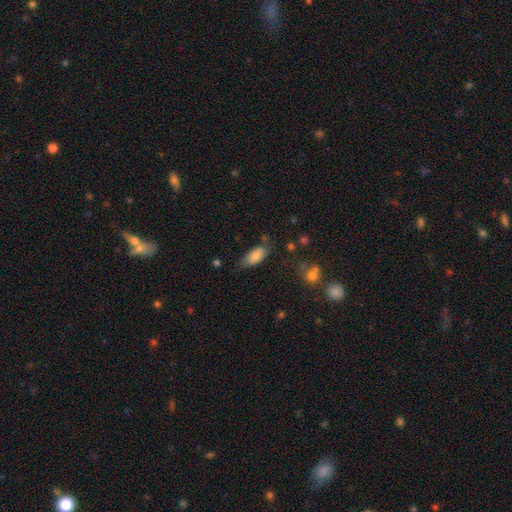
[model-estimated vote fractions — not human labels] This appears to be a smooth galaxy with no disk features (83%) that is in between round and cigar-shaped (85%). Merging: none (62%).